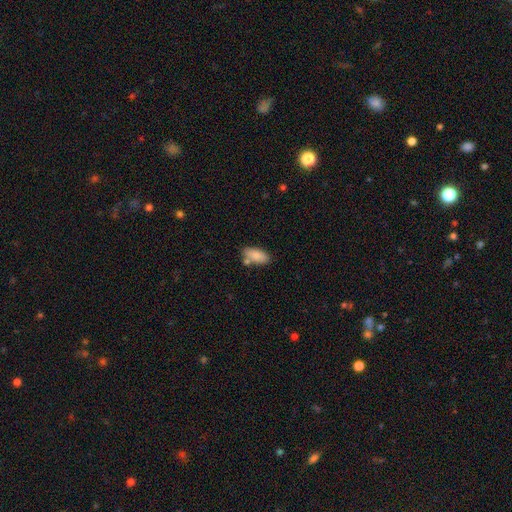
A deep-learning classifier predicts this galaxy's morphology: Smooth or featured: smooth — 85% (featured or disk — 8%)
How rounded: in between — 87% (cigar-shaped — 11%)
Merging: none — 69% (minor disturbance — 15%)